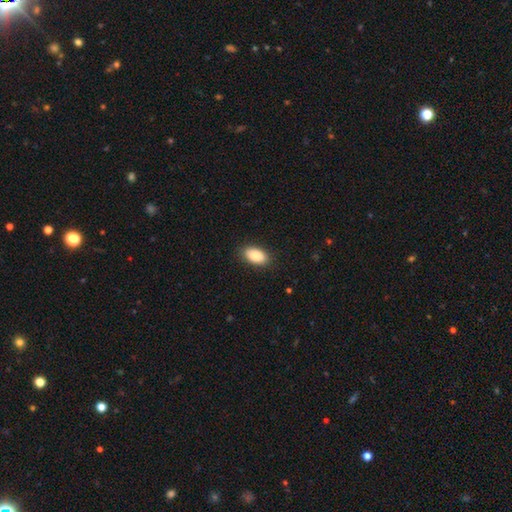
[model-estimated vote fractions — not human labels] smooth-or-featured: smooth: 89% | star or artifact: 7% | featured or disk: 4%
  how-rounded: in between: 93% | round: 4% | cigar-shaped: 3%
  merging: none: 88% | minor disturbance: 9% | major disturbance: 2% | merger: 1%